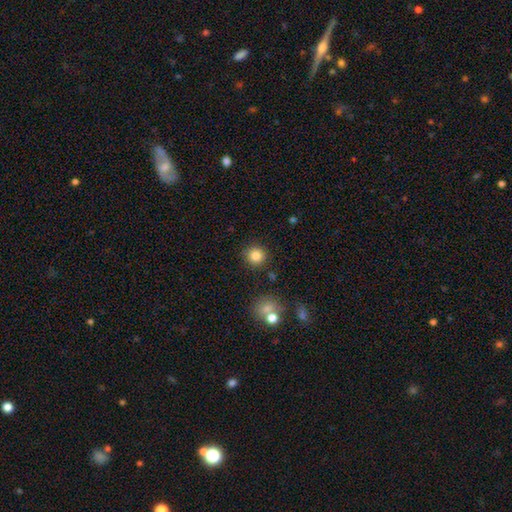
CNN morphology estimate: smooth-or-featured: smooth: 83% | star or artifact: 11% | featured or disk: 5%
  how-rounded: round: 93% | in between: 6% | cigar-shaped: 1%
  merging: none: 86% | minor disturbance: 8% | merger: 3% | major disturbance: 3%